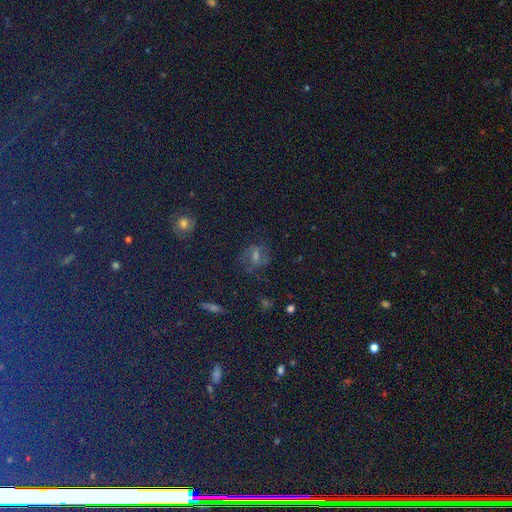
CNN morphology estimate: The model was most divided on "smooth or featured": star or artifact: 41%, featured or disk: 30%, smooth: 29%.